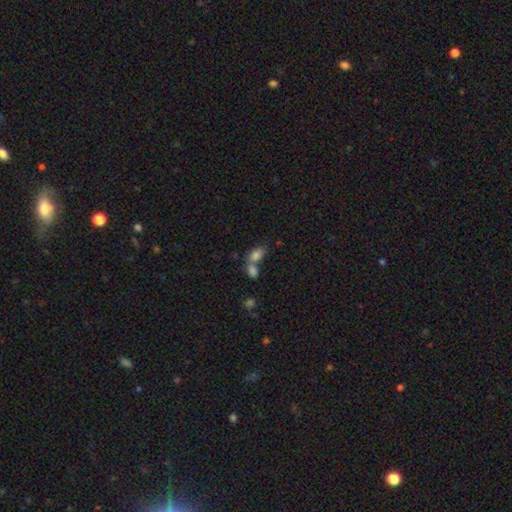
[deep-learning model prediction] smooth 79%, star or artifact 11%, featured or disk 10%. Down the decision tree: how rounded — in between (87%); merging — merger (55%).